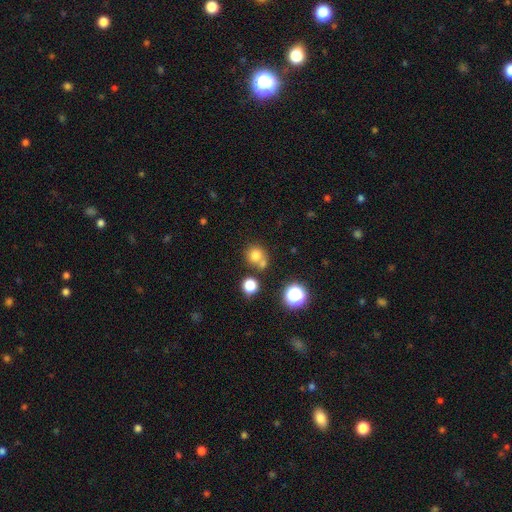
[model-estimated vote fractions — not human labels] Smooth or featured?
  - smooth: 76% *
  - star or artifact: 15%
  - featured or disk: 9%
How rounded?
  - round: 87% *
  - in between: 12%
  - cigar-shaped: 1%
Merging?
  - none: 56% *
  - merger: 32%
  - minor disturbance: 9%
  - major disturbance: 4%